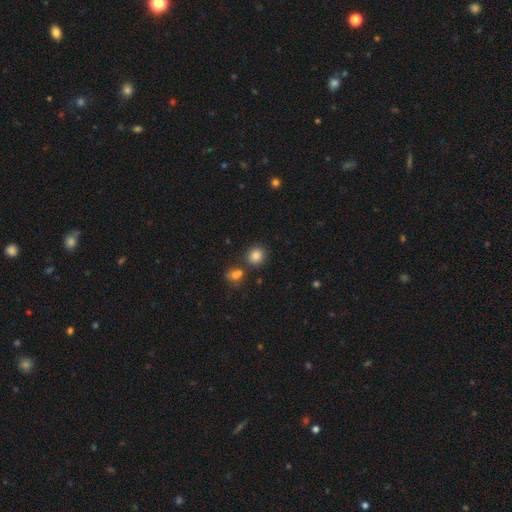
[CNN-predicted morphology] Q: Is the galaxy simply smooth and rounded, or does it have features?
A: smooth — 83%.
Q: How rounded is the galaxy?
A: round — 82%.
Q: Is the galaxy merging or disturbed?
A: none — 77%.